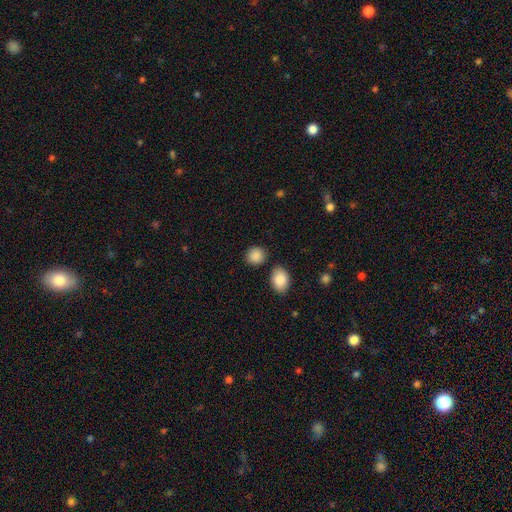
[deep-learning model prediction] smooth-or-featured: smooth: 89% | star or artifact: 8% | featured or disk: 3%
  how-rounded: round: 78% | in between: 21% | cigar-shaped: 1%
  merging: none: 81% | minor disturbance: 10% | merger: 6% | major disturbance: 3%